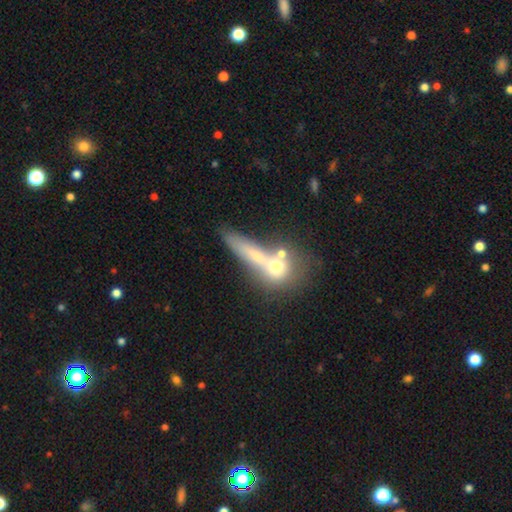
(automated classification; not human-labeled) This is possibly a smooth galaxy (58%). How rounded: marginally cigar-shaped (41%). Merging: marginally merger (42%).